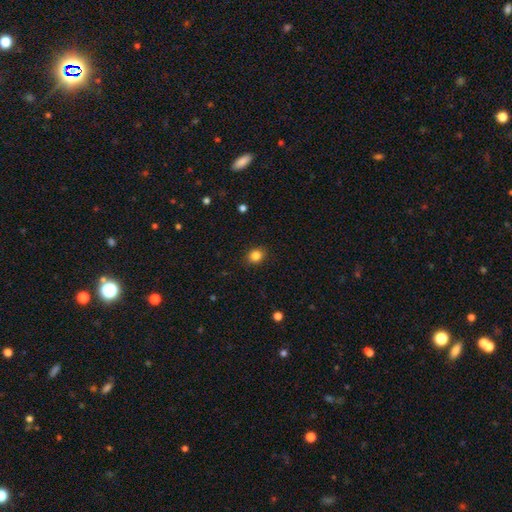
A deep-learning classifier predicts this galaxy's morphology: type=smooth (84%); roundness=round (61%); merging=none (89%).